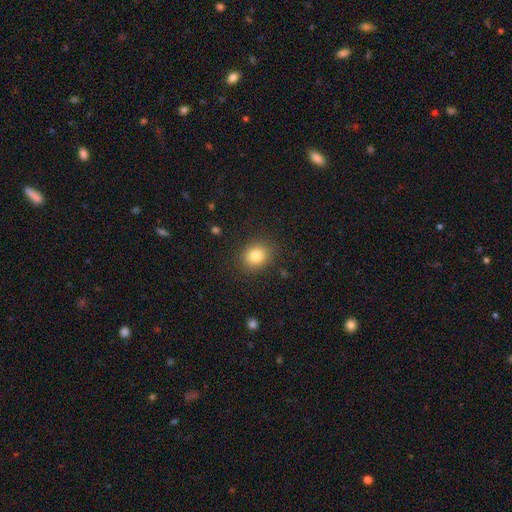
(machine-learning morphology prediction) Smooth or featured? Predicted: smooth (p=0.83). How rounded? Predicted: round (p=0.67). Merging? Predicted: none (p=0.87).